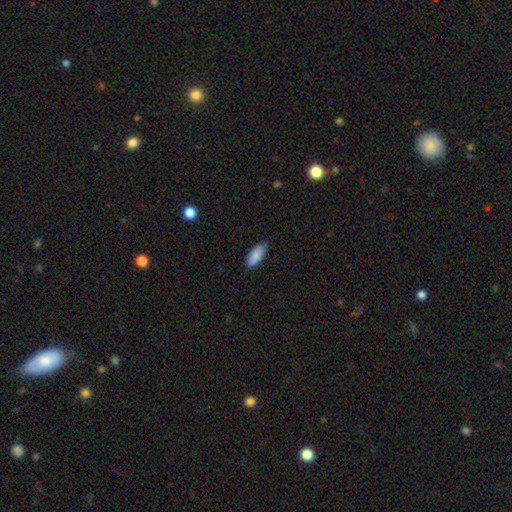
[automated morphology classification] The model was most divided on "how rounded": in between: 82%, cigar-shaped: 16%, round: 2%. More confident: smooth or featured — smooth (89%); merging — none (85%).